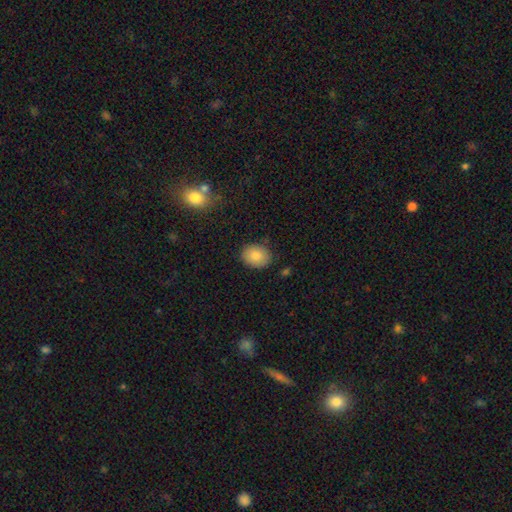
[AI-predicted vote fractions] Smooth or featured? Predicted: smooth (p=0.83). How rounded? Predicted: in between (p=0.53). Merging? Predicted: none (p=0.84).